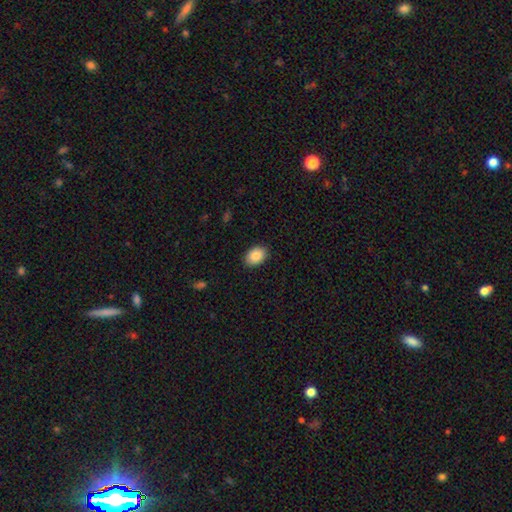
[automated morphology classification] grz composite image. It shows a smooth galaxy with no disk features (86%) that is in between round and cigar-shaped (82%). Merging: none (89%).